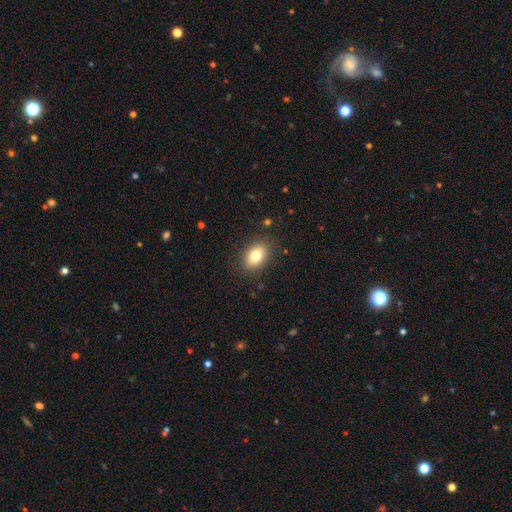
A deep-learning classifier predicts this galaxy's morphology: A smooth galaxy with no disk features (79%) that is in between round and cigar-shaped (77%).

Vote fractions:
- Smooth or featured? smooth: 79% / featured or disk: 11% / star or artifact: 9%
- How rounded? in between: 77% / round: 22% / cigar-shaped: 1%
- Merging? none: 86% / minor disturbance: 10% / major disturbance: 3% / merger: 1%